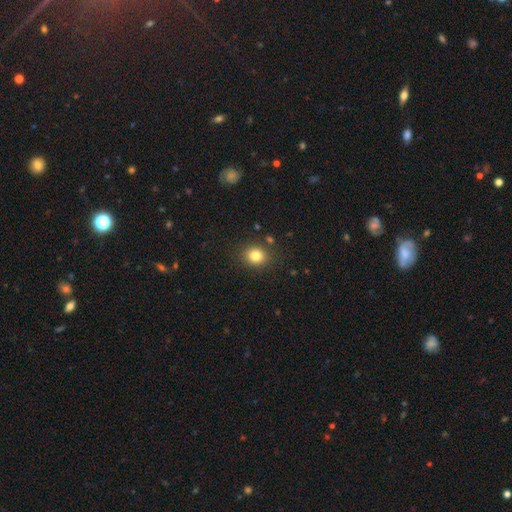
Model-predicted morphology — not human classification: Q: Smooth or featured?
A: smooth (82%); runner-up: star or artifact (12%)
Q: How rounded?
A: round (74%); runner-up: in between (25%)
Q: Merging?
A: none (86%); runner-up: minor disturbance (8%)